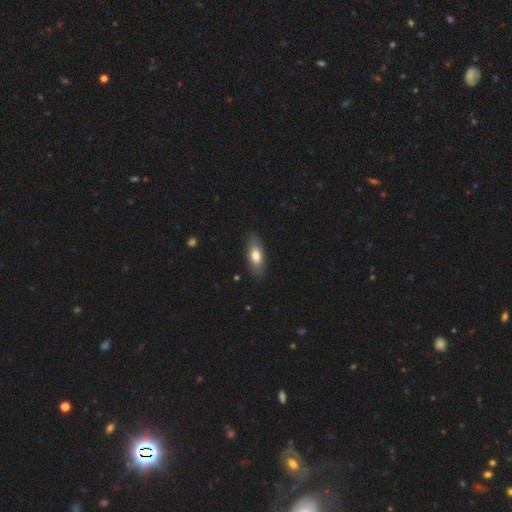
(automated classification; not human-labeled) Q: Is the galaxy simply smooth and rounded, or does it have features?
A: smooth — 75%.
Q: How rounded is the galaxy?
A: in between — 83%.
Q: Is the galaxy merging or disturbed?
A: none — 85%.